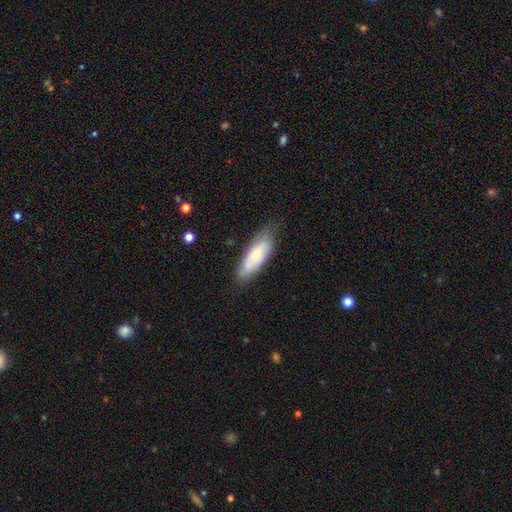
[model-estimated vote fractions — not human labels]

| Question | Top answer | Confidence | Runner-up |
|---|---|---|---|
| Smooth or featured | smooth | 64% | featured or disk (30%) |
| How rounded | in between | 62% | cigar-shaped (36%) |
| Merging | none | 69% | minor disturbance (24%) |